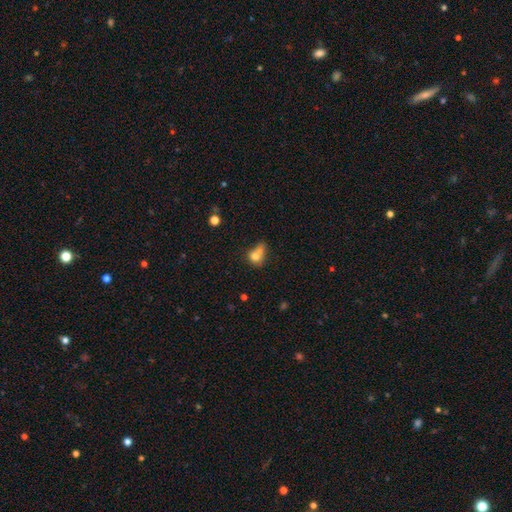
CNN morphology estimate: Overall: smooth (74%). How rounded: round (62%; in between 36%). Merging: merger (48%; none 27%).